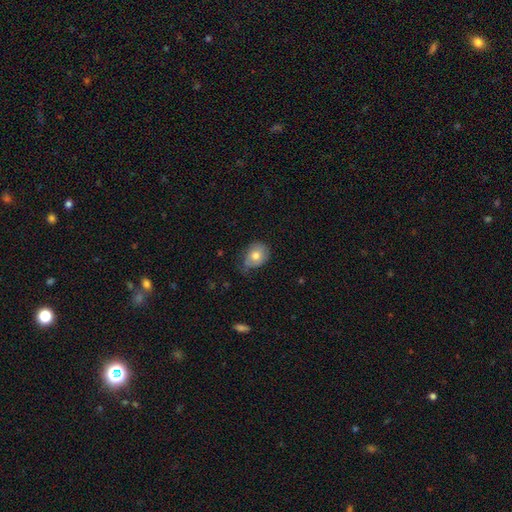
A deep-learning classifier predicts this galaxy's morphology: A smooth galaxy with no disk features (71%) that is in between round and cigar-shaped (54%). Merging: none (51%).